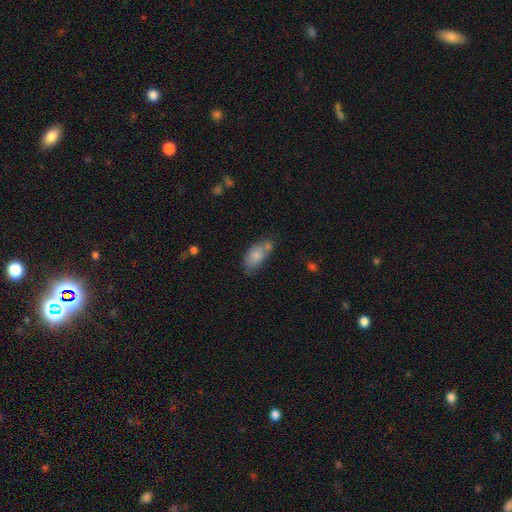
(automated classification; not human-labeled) Morphology: type=smooth (76%); roundness=in between (90%); merging=none (47%).